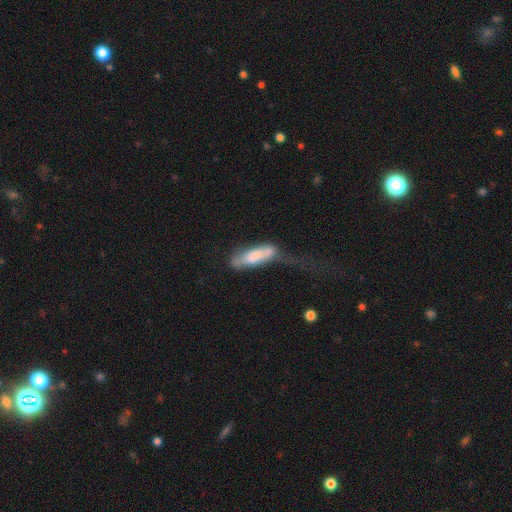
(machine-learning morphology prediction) This is likely a smooth galaxy (64%). How rounded: possibly in between (50%). Merging: marginally major disturbance (39%).